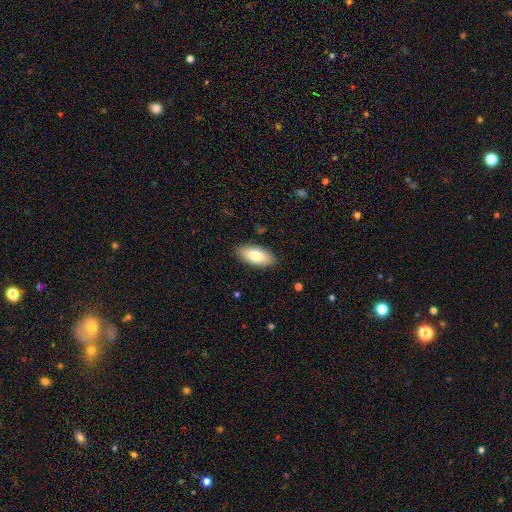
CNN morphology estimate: Smooth or featured?
  - smooth: 77% *
  - featured or disk: 17%
  - star or artifact: 6%
How rounded?
  - in between: 90% *
  - cigar-shaped: 8%
  - round: 2%
Merging?
  - none: 88% *
  - minor disturbance: 9%
  - major disturbance: 2%
  - merger: 1%